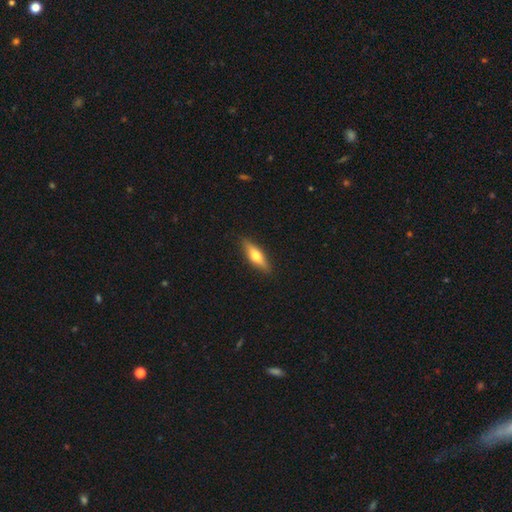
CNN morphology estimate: A smooth galaxy with no disk features (54%) that is cigar-shaped (55%).

Vote fractions:
- Smooth or featured? smooth: 54% / featured or disk: 40% / star or artifact: 6%
- How rounded? cigar-shaped: 55% / in between: 43% / round: 3%
- Merging? none: 89% / minor disturbance: 8% / major disturbance: 2% / merger: 1%